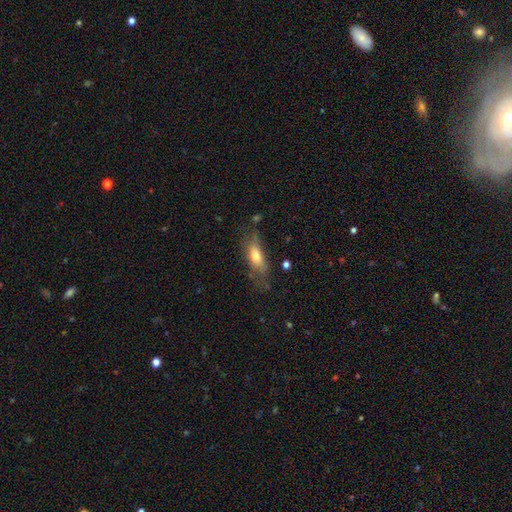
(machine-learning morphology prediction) smooth 63%, featured or disk 28%, star or artifact 9%. Down the decision tree: how rounded — in between (61%); merging — none (48%).